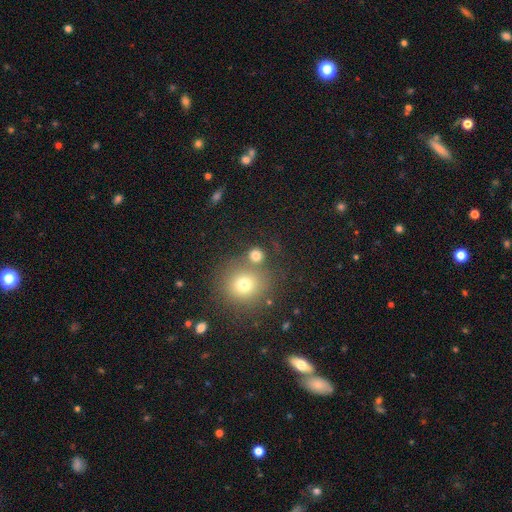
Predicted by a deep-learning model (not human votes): Morphology: type=smooth (76%); roundness=round (88%); merging=none (62%).